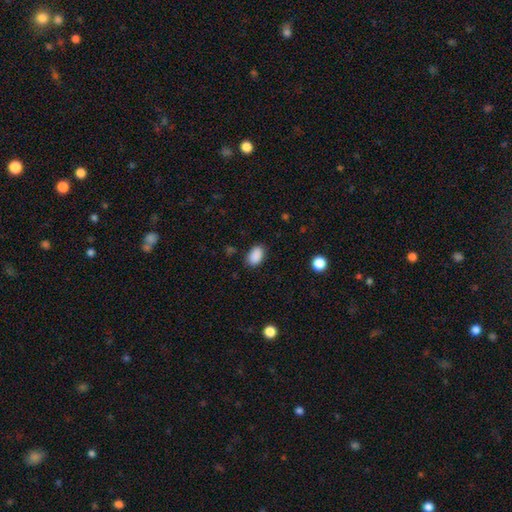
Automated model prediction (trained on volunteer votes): Smooth or featured?
  - smooth: 89% *
  - star or artifact: 8%
  - featured or disk: 3%
How rounded?
  - in between: 88% *
  - round: 10%
  - cigar-shaped: 1%
Merging?
  - none: 83% *
  - minor disturbance: 13%
  - major disturbance: 3%
  - merger: 1%